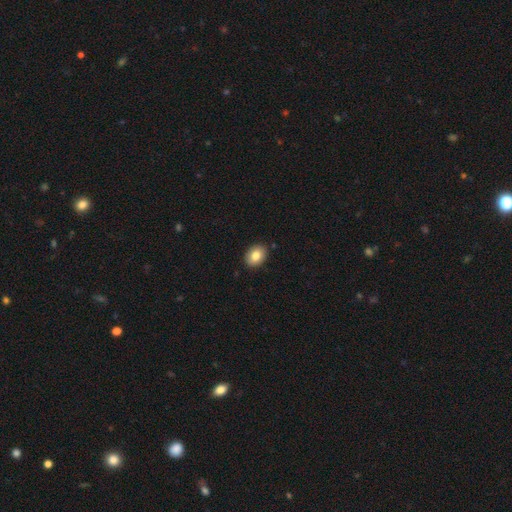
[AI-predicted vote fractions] Q: Smooth or featured?
A: smooth (82%); runner-up: featured or disk (10%)
Q: How rounded?
A: in between (74%); runner-up: round (25%)
Q: Merging?
A: none (89%); runner-up: minor disturbance (8%)